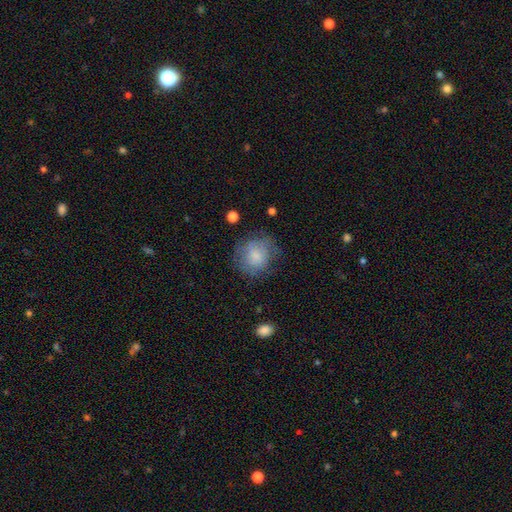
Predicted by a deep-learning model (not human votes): A smooth galaxy with no disk features (65%) that is round (79%).

Vote fractions:
- Smooth or featured? smooth: 65% / featured or disk: 26% / star or artifact: 9%
- How rounded? round: 79% / in between: 20% / cigar-shaped: 1%
- Merging? none: 63% / minor disturbance: 23% / major disturbance: 13% / merger: 2%